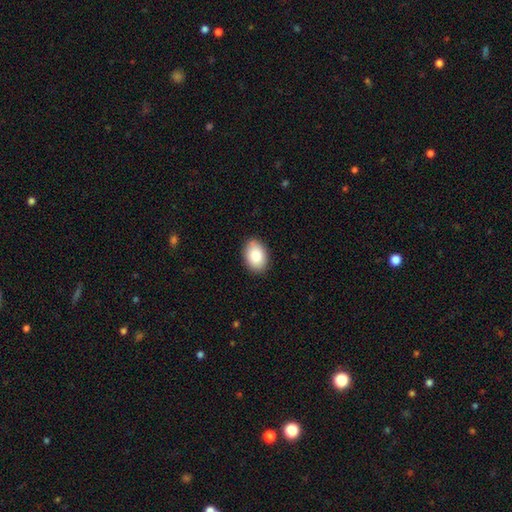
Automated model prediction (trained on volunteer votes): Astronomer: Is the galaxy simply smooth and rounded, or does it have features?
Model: smooth — 86%.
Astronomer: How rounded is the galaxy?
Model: in between — 86%.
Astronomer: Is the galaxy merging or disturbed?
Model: none — 87%.